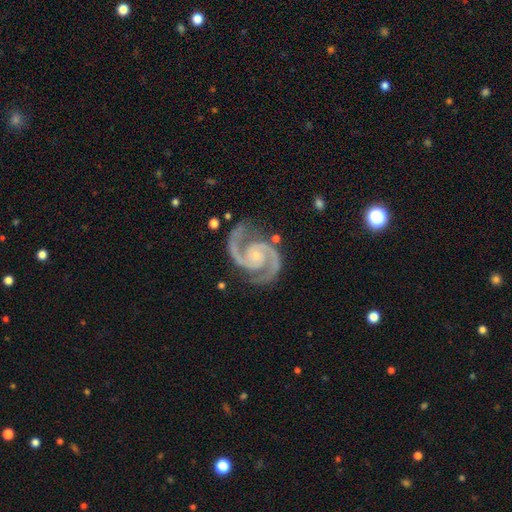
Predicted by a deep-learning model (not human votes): Smooth or featured: featured or disk — 95% (star or artifact — 4%)
Edge-on disk: no — 99% (yes — 1%)
Bar: no — 66% (weak — 24%)
Spiral arms: yes — 99% (no — 1%)
Spiral winding: medium — 60% (tight — 33%)
Spiral arm count: 2 — 95% (3 — 1%)
Bulge size: small — 72% (moderate — 17%)
Merging: none — 80% (minor disturbance — 14%)